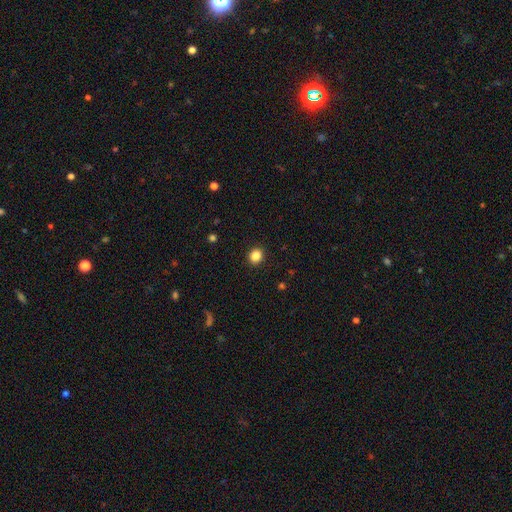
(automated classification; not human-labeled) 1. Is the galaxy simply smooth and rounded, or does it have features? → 86% smooth, 11% star or artifact, 4% featured or disk.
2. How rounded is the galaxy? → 79% round, 20% in between, 1% cigar-shaped.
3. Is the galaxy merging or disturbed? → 92% none, 5% minor disturbance, 2% major disturbance, 1% merger.